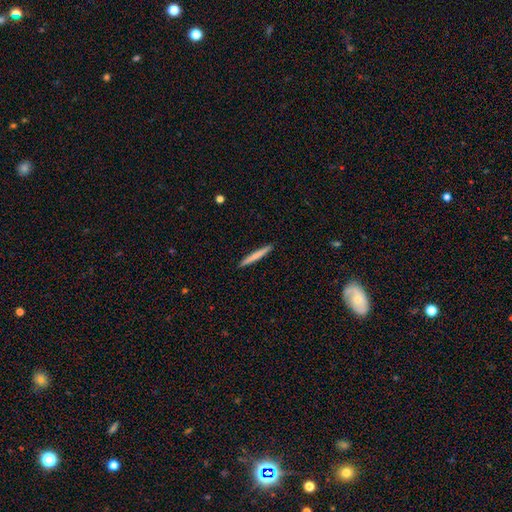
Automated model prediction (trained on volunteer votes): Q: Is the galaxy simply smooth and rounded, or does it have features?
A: smooth — 71%.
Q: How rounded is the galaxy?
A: cigar-shaped — 97%.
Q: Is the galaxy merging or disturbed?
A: none — 93%.